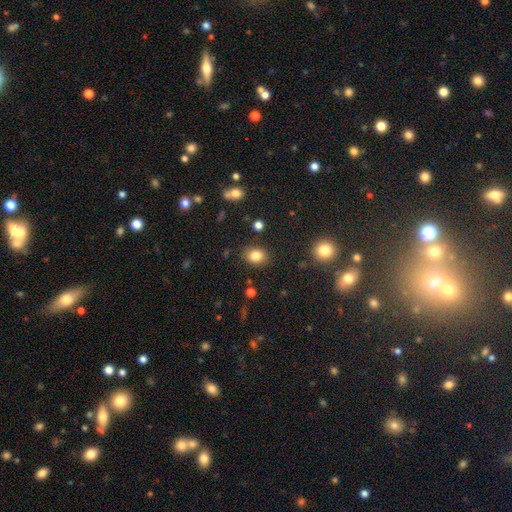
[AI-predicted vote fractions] This appears to be a smooth galaxy with no disk features (83%) that is in between round and cigar-shaped (52%). Merging: none (85%).